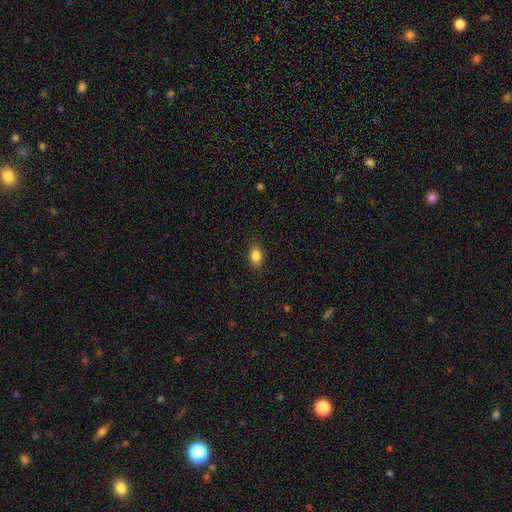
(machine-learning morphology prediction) Smooth or featured?
  - smooth: 85% *
  - star or artifact: 9%
  - featured or disk: 6%
How rounded?
  - in between: 81% *
  - round: 17%
  - cigar-shaped: 2%
Merging?
  - none: 85% *
  - minor disturbance: 11%
  - major disturbance: 3%
  - merger: 1%